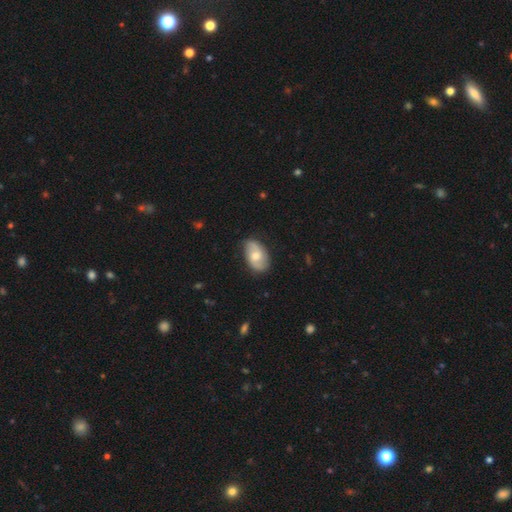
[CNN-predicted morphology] Smooth or featured: featured or disk — 55% (smooth — 39%)
Edge-on disk: no — 95% (yes — 5%)
Bar: no — 58% (weak — 35%)
Spiral arms: yes — 83% (no — 17%)
Bulge size: moderate — 68% (small — 21%)
Merging: none — 78% (minor disturbance — 17%)